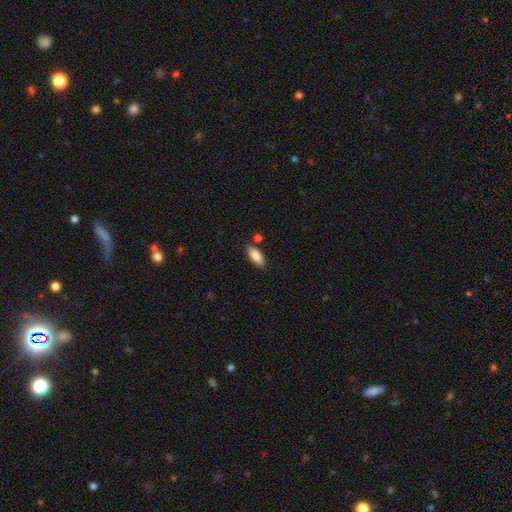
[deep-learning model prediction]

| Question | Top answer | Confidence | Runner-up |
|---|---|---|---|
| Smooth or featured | smooth | 84% | featured or disk (10%) |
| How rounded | in between | 83% | cigar-shaped (15%) |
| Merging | none | 79% | minor disturbance (13%) |